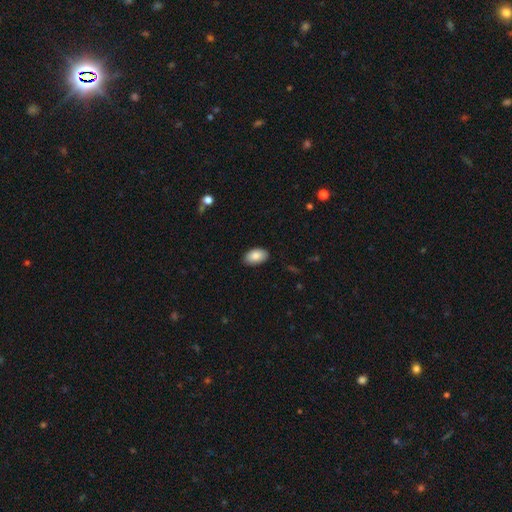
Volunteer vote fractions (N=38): This appears to be a smooth galaxy with no disk features (92%) that is in between round and cigar-shaped (91%). Merging: none (89%).